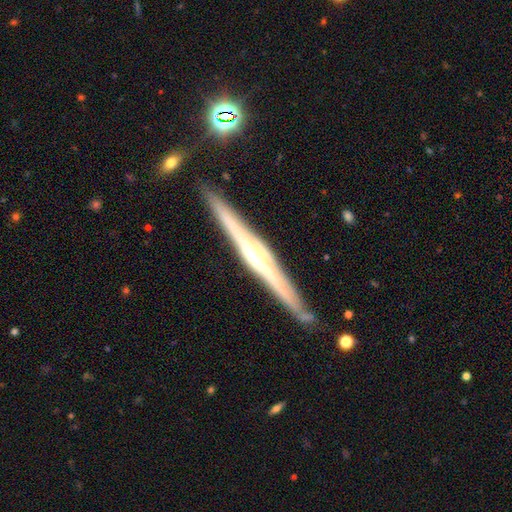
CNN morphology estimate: The model was most divided on "edge-on bulge": rounded: 73%, boxy: 14%, none: 13%. More confident: edge-on disk — yes (98%); merging — none (89%); smooth or featured — featured or disk (83%).